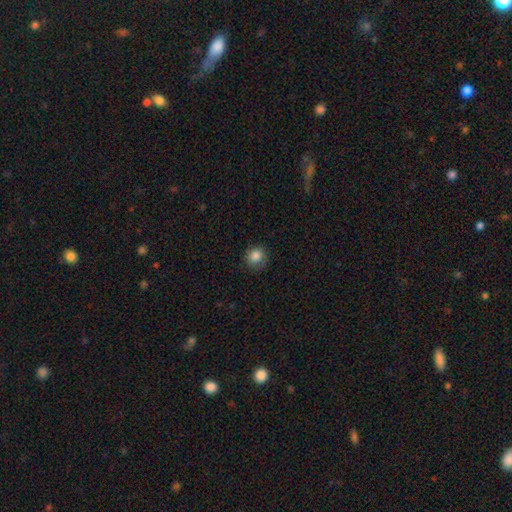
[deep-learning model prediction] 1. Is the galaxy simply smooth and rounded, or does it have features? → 85% smooth, 11% star or artifact, 4% featured or disk.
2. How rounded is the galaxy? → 85% round, 14% in between, 1% cigar-shaped.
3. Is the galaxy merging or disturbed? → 83% none, 13% minor disturbance, 3% major disturbance, 1% merger.